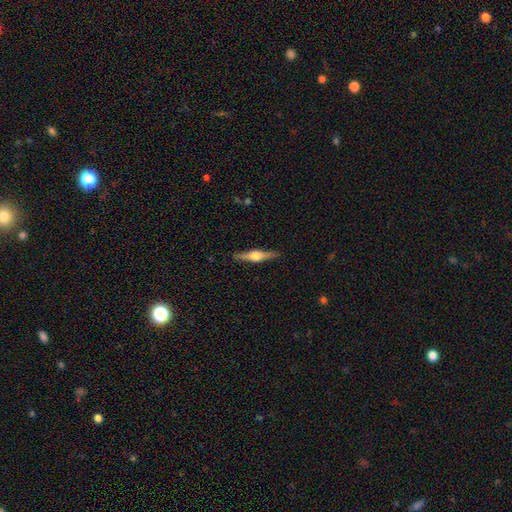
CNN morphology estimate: Smooth or featured? featured or disk (74%)
Edge-on disk? yes (98%)
Edge-on bulge? rounded (94%)
Merging? none (91%)